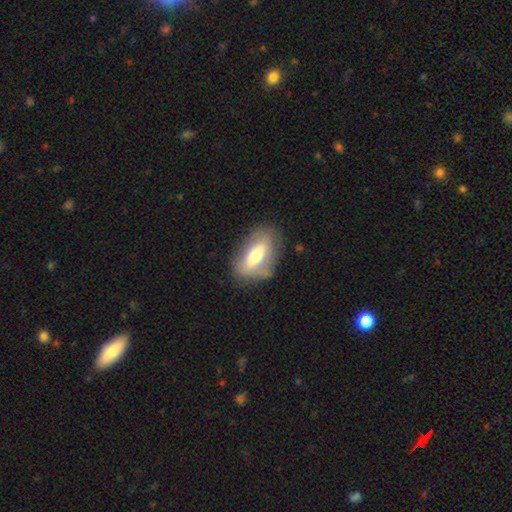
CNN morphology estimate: Smooth or featured: smooth — 58% (featured or disk — 34%)
How rounded: in between — 85% (cigar-shaped — 11%)
Merging: none — 68% (minor disturbance — 22%)